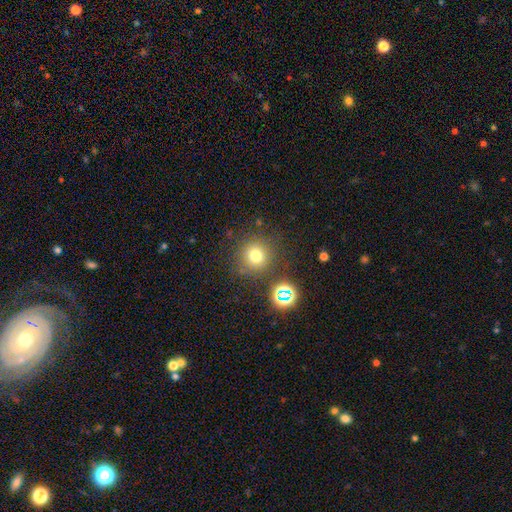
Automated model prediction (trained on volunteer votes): A smooth galaxy with no disk features (73%) that is round (93%). Merging: none (82%).